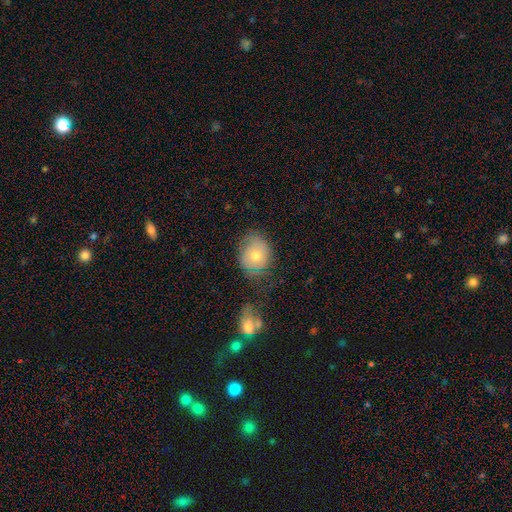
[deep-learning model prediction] The model was most divided on "how rounded": round: 60%, in between: 39%, cigar-shaped: 1%. More confident: smooth or featured — smooth (57%); merging — none (57%).